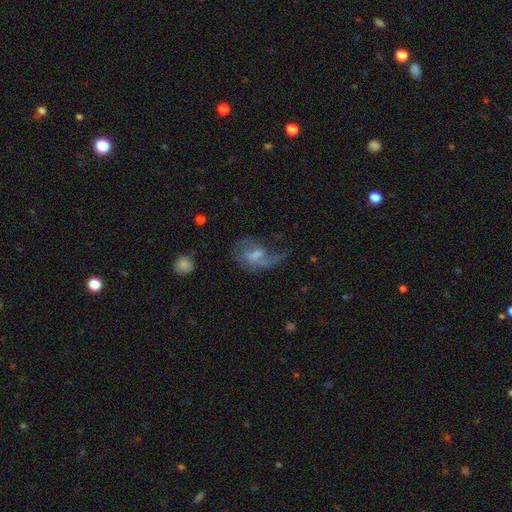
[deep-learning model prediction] A featured or disk galaxy (64%) with a weak bar (48%), spiral arms (75%) and a moderate central bulge (35%).

Vote fractions:
- Smooth or featured? featured or disk: 64% / smooth: 26% / star or artifact: 10%
- Edge-on disk? no: 96% / yes: 4%
- Bar? weak: 48% / no: 38% / strong: 14%
- Spiral arms? yes: 75% / no: 25%
- Bulge size? moderate: 35% / small: 33% / none: 24% / large: 6% / dominant: 2%
- Merging? major disturbance: 44% / none: 31% / minor disturbance: 20% / merger: 5%